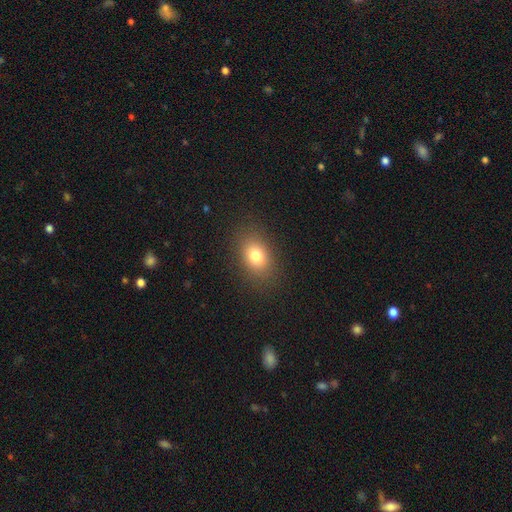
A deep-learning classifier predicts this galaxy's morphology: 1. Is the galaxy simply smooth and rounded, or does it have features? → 78% smooth, 12% star or artifact, 11% featured or disk.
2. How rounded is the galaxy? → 75% in between, 24% round, 1% cigar-shaped.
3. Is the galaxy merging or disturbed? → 86% none, 9% minor disturbance, 4% major disturbance, 1% merger.